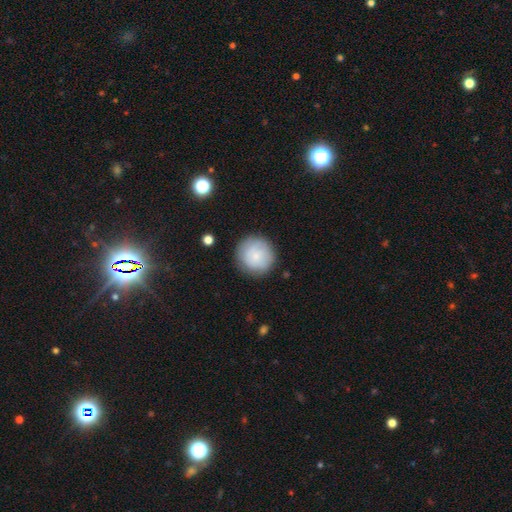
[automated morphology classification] A smooth galaxy with no disk features (76%) that is round (95%).

Vote fractions:
- Smooth or featured? smooth: 76% / featured or disk: 17% / star or artifact: 7%
- How rounded? round: 95% / in between: 5% / cigar-shaped: 1%
- Merging? none: 85% / minor disturbance: 11% / major disturbance: 3% / merger: 1%